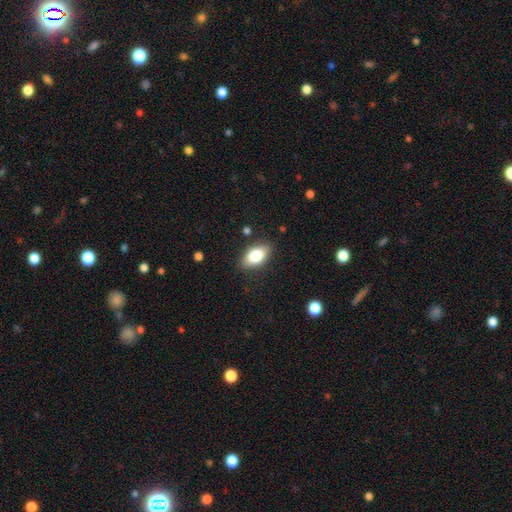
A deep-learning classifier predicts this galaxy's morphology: The model was most divided on "smooth or featured": smooth: 81%, featured or disk: 11%, star or artifact: 8%. More confident: how rounded — in between (91%); merging — none (84%).